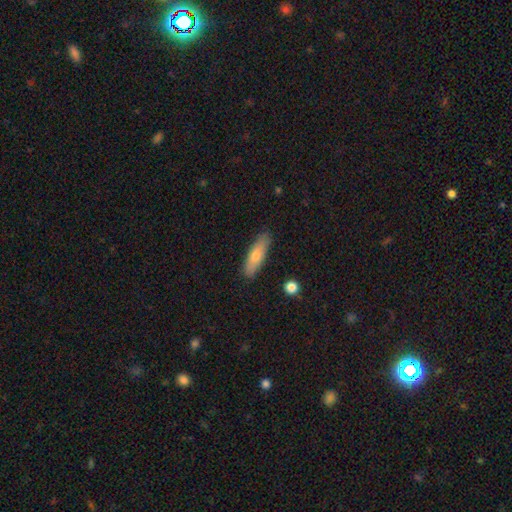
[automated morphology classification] Smooth or featured?
  - smooth: 69% *
  - featured or disk: 25%
  - star or artifact: 6%
How rounded?
  - cigar-shaped: 58% *
  - in between: 39%
  - round: 2%
Merging?
  - none: 86% *
  - minor disturbance: 10%
  - major disturbance: 2%
  - merger: 2%